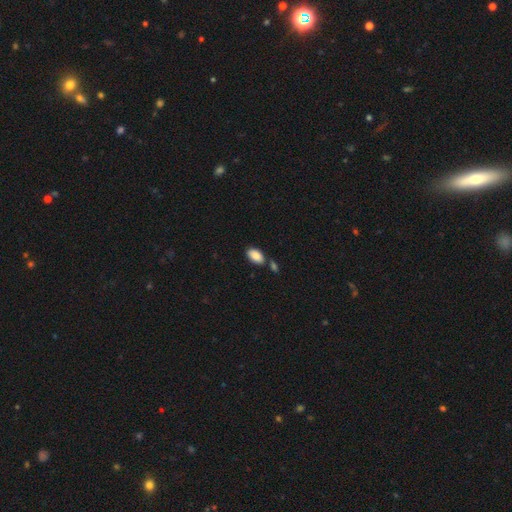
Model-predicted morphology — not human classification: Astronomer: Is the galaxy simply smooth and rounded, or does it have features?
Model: smooth — 87%.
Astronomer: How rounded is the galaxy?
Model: in between — 95%.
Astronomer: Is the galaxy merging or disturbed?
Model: none — 69%.